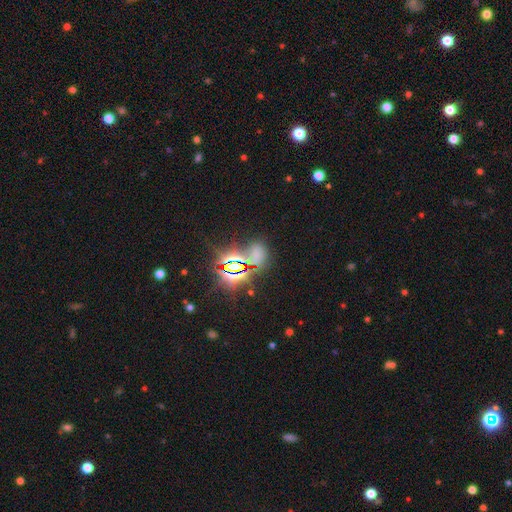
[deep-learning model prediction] A star or artifact, not a galaxy (64%).

Vote fractions:
- Smooth or featured? star or artifact: 64% / smooth: 28% / featured or disk: 8%